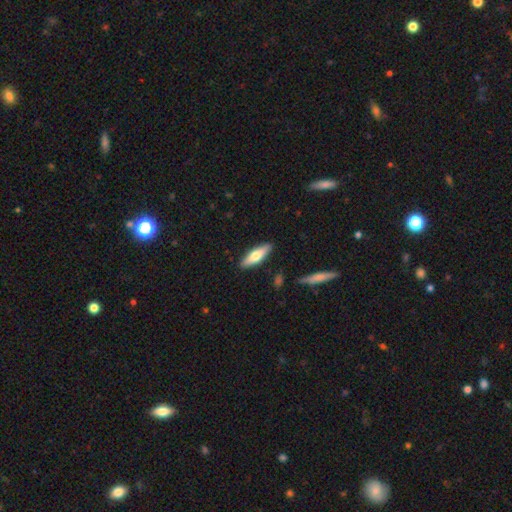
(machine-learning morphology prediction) smooth 63%, featured or disk 31%, star or artifact 5%. Down the decision tree: how rounded — cigar-shaped (51%); merging — none (88%).